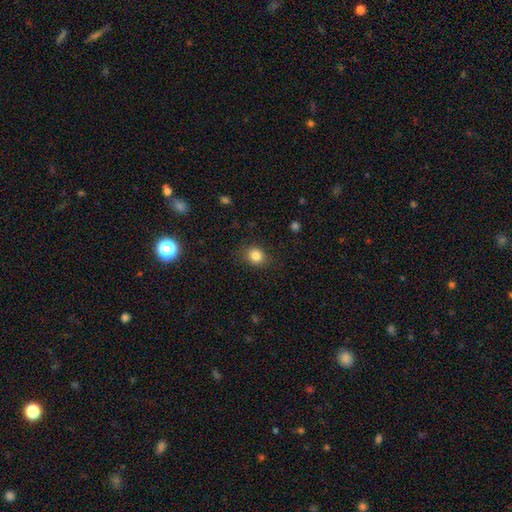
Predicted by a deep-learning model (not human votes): smooth_or_featured: smooth (p=0.84) [alt: star or artifact p=0.11]
how_rounded: round (p=0.65) [alt: in between p=0.34]
merging: none (p=0.82) [alt: minor disturbance p=0.12]